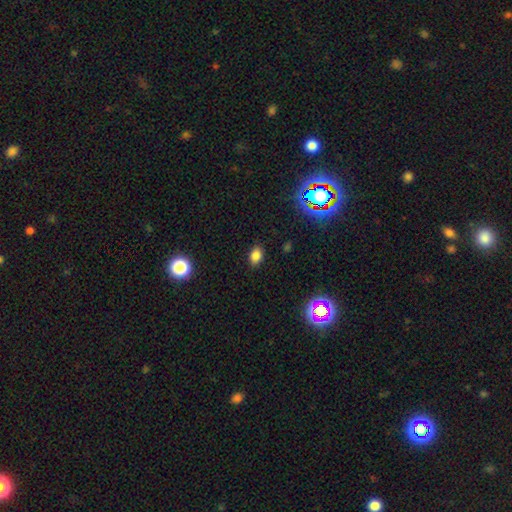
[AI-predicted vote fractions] smooth_or_featured: smooth (p=0.79) [alt: star or artifact p=0.16]
how_rounded: in between (p=0.73) [alt: round p=0.25]
merging: none (p=0.86) [alt: minor disturbance p=0.10]